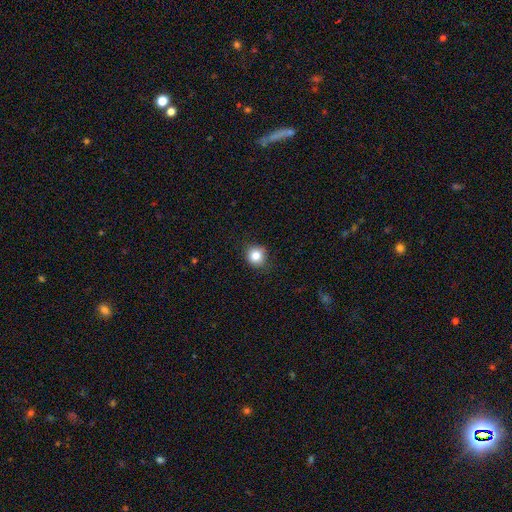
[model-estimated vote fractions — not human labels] The model was most divided on "merging": none: 81%, minor disturbance: 15%, major disturbance: 3%, merger: 1%. More confident: how rounded — round (85%); smooth or featured — smooth (82%).